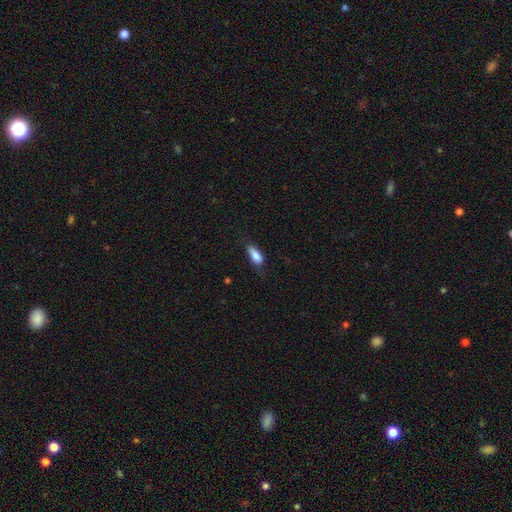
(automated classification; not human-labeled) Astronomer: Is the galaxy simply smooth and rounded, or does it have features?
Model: smooth — 84%.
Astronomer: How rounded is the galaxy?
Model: in between — 78%.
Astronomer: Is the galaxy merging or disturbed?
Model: none — 62%.